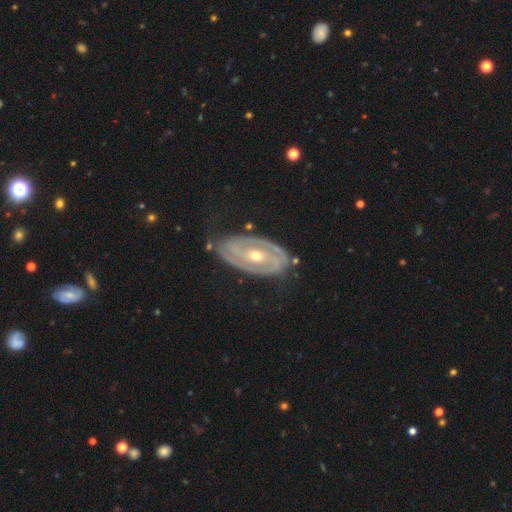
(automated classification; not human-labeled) Morphology: type=featured or disk (88%); edge-on=no (94%); bar=no (42%); spiral arms=yes (92%); winding=tight (70%); arm count=2 (71%); bulge=moderate (58%); merging=none (72%).